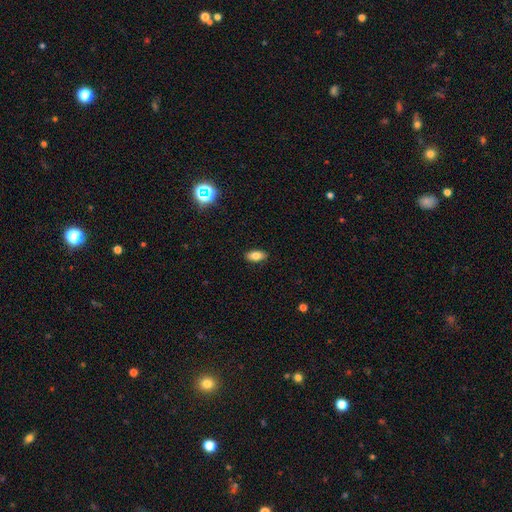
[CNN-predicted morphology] Overall: smooth (80%). How rounded: in between (90%). Merging: none (89%).